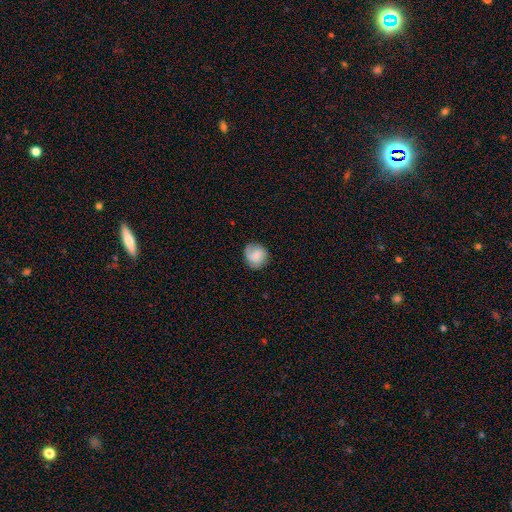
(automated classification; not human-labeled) smooth 73%, featured or disk 20%, star or artifact 8%. Down the decision tree: how rounded — round (87%); merging — none (79%).